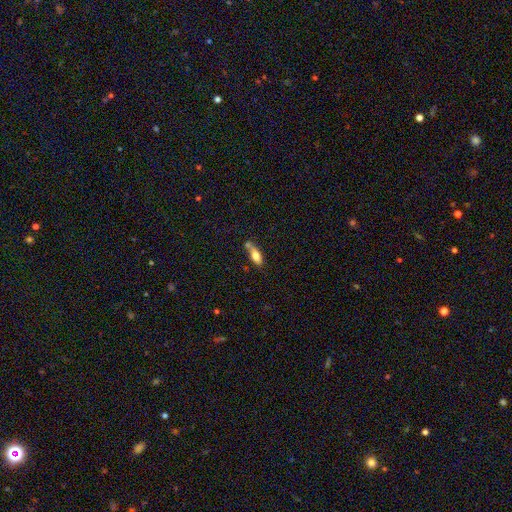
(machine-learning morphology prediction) Smooth or featured?
  - smooth: 69% *
  - featured or disk: 23%
  - star or artifact: 8%
How rounded?
  - in between: 67% *
  - cigar-shaped: 30%
  - round: 3%
Merging?
  - none: 45% *
  - merger: 25%
  - minor disturbance: 22%
  - major disturbance: 8%